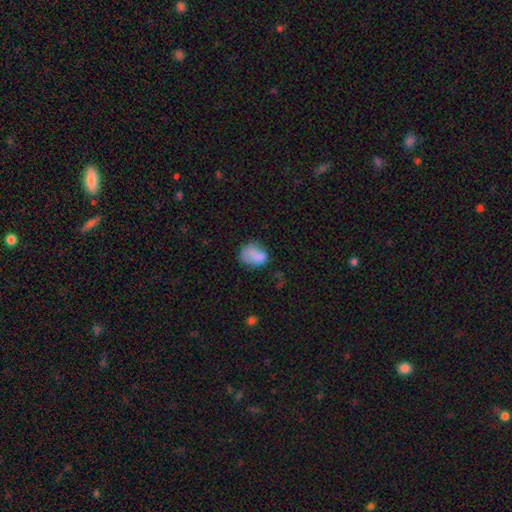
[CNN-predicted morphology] Q: Smooth or featured?
A: smooth (79%); runner-up: featured or disk (12%)
Q: How rounded?
A: in between (62%); runner-up: round (37%)
Q: Merging?
A: none (46%); runner-up: minor disturbance (32%)